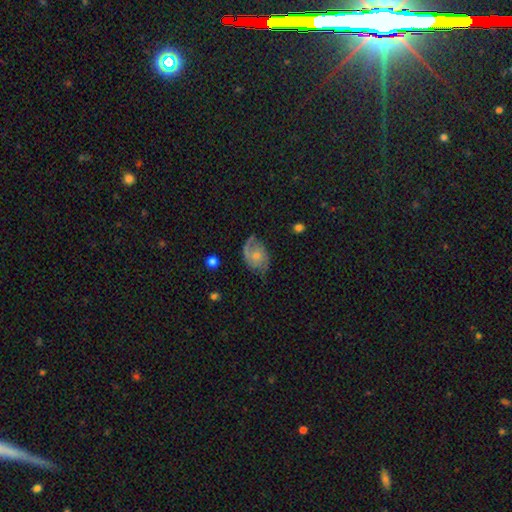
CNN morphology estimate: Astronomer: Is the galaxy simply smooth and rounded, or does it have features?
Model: featured or disk — 69%.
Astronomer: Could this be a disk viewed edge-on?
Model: no — 97%.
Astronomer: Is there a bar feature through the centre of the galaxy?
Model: no — 72%.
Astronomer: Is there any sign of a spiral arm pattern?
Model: yes — 89%.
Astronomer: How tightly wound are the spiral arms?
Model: medium — 44% (runner-up: tight, 31%).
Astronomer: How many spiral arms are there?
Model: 2 — 72%.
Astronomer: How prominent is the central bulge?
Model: small — 54% (runner-up: moderate, 36%).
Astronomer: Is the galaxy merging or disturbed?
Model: none — 56%.